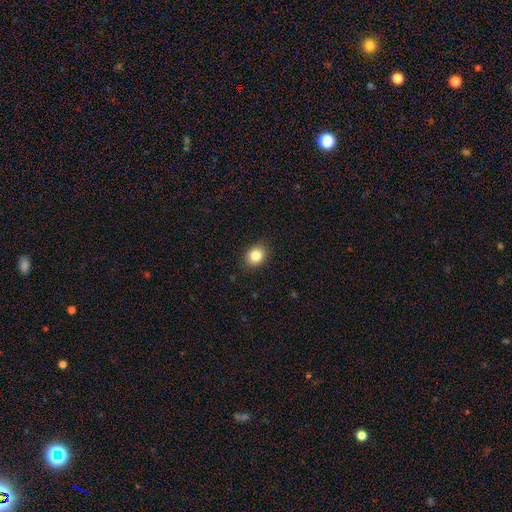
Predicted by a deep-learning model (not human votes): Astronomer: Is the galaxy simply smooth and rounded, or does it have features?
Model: smooth — 85%.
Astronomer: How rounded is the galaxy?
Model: round — 57% (runner-up: in between, 42%).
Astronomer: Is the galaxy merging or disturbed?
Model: none — 89%.